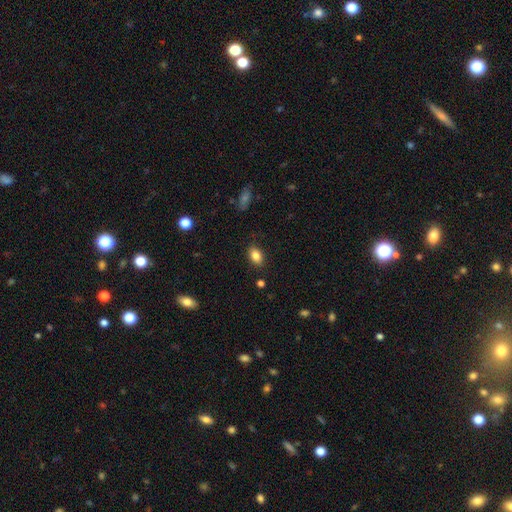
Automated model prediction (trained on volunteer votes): smooth-or-featured: smooth: 84% | star or artifact: 9% | featured or disk: 7%
  how-rounded: in between: 87% | round: 11% | cigar-shaped: 2%
  merging: none: 85% | minor disturbance: 11% | major disturbance: 3% | merger: 1%